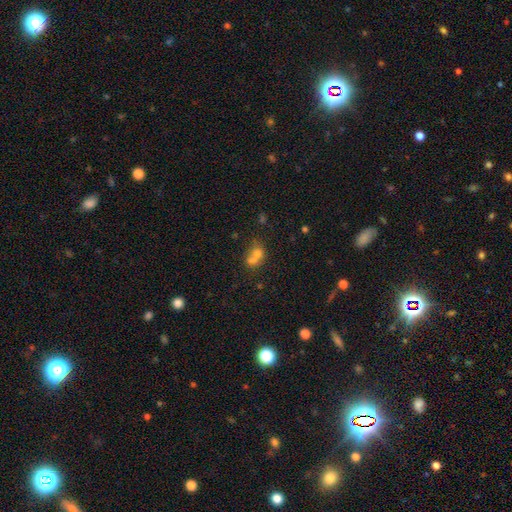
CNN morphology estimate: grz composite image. It shows a smooth galaxy with no disk features (66%) that is round (62%). Merging: merger (62%).